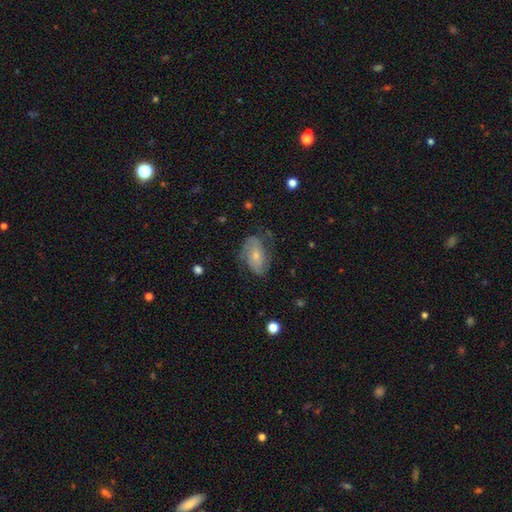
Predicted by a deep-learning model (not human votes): A featured or disk galaxy (59%) with no bar (67%), spiral arms (84%) and a small central bulge (59%).

Vote fractions:
- Smooth or featured? featured or disk: 59% / smooth: 34% / star or artifact: 7%
- Edge-on disk? no: 95% / yes: 5%
- Bar? no: 67% / weak: 25% / strong: 7%
- Spiral arms? yes: 84% / no: 16%
- Bulge size? small: 59% / moderate: 33% / none: 4% / large: 3% / dominant: 1%
- Merging? none: 62% / minor disturbance: 24% / major disturbance: 13% / merger: 2%